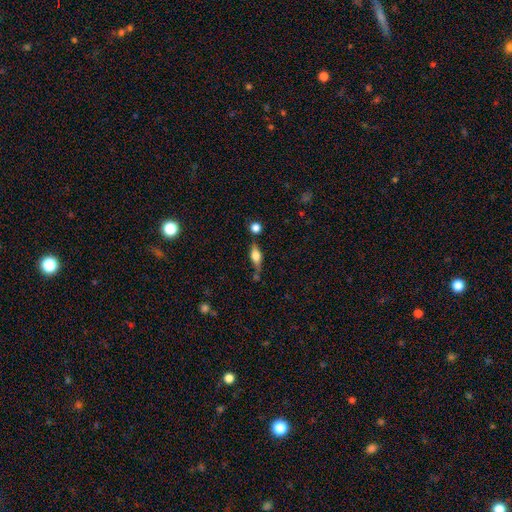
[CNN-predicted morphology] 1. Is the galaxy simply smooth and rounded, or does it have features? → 49% smooth, 42% featured or disk, 9% star or artifact.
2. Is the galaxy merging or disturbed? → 60% none, 20% minor disturbance, 12% merger, 8% major disturbance.